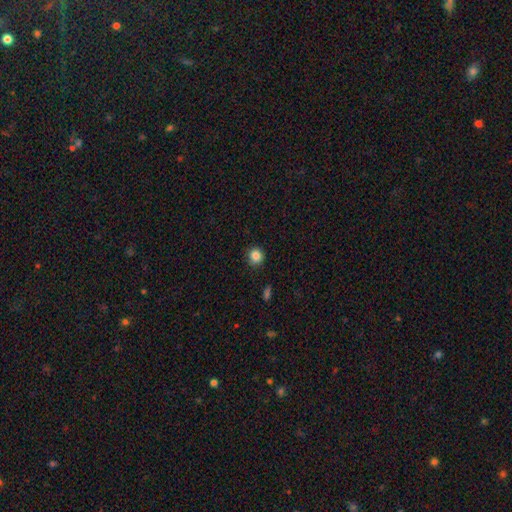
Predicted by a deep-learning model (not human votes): Overall: smooth (85%). How rounded: round (89%). Merging: none (87%).